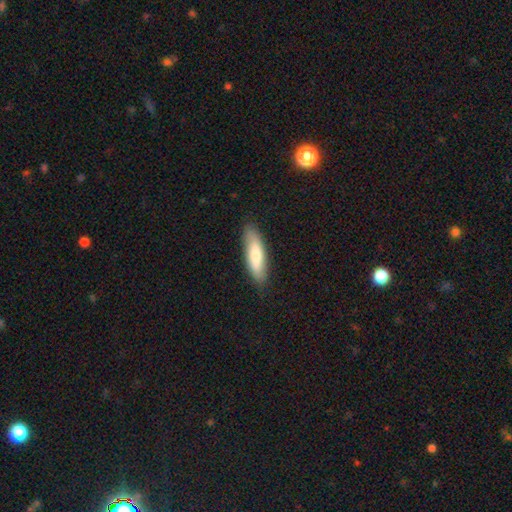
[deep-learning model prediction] Overall: smooth (77%). How rounded: cigar-shaped (57%; in between 41%). Merging: none (84%).